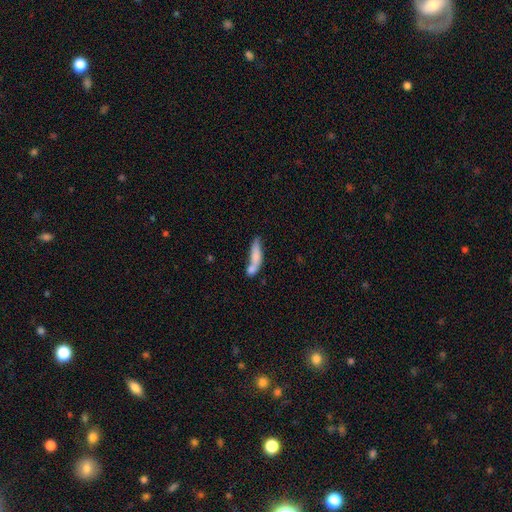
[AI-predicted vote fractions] smooth 70%, featured or disk 23%, star or artifact 7%. Down the decision tree: how rounded — cigar-shaped (68%); merging — merger (42%).